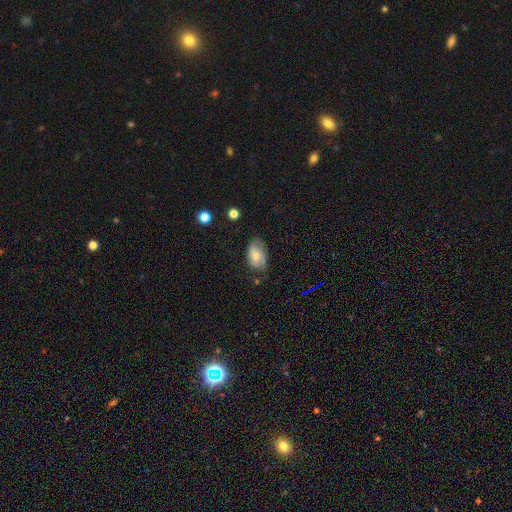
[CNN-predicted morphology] Smooth or featured? smooth (67%)
How rounded? in between (90%)
Merging? none (60%)